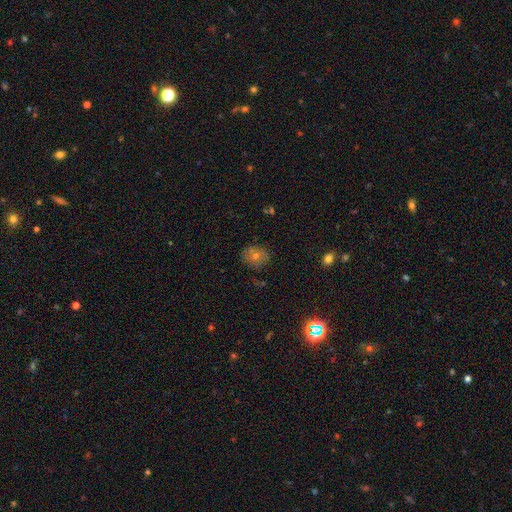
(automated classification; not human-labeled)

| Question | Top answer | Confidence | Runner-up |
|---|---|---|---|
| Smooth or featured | smooth | 49% | star or artifact (26%) |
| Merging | none | 82% | minor disturbance (13%) |